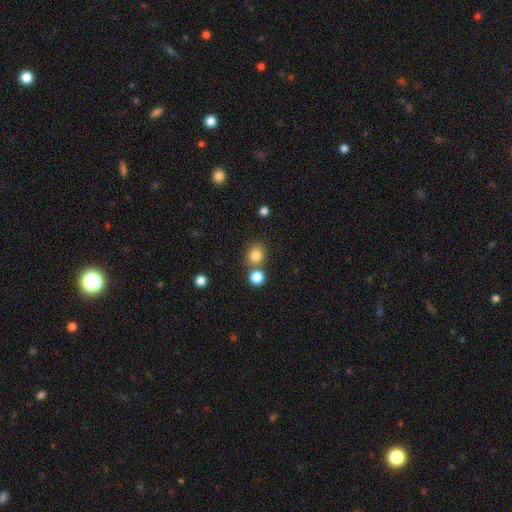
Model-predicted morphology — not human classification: This is clearly a smooth galaxy (82%). How rounded: clearly round (85%). Merging: likely none (67%).